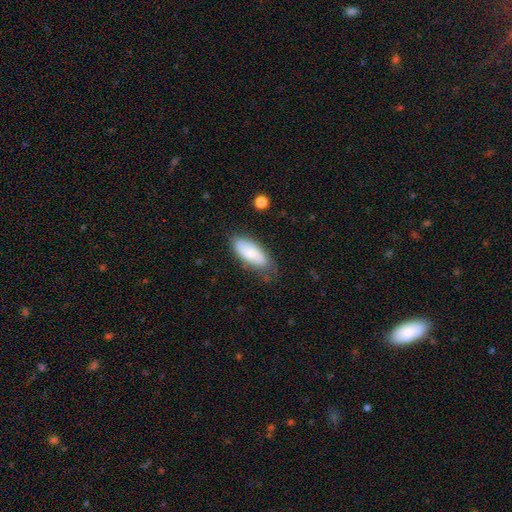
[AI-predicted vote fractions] Overall: smooth (74%). How rounded: in between (83%). Merging: none (66%).